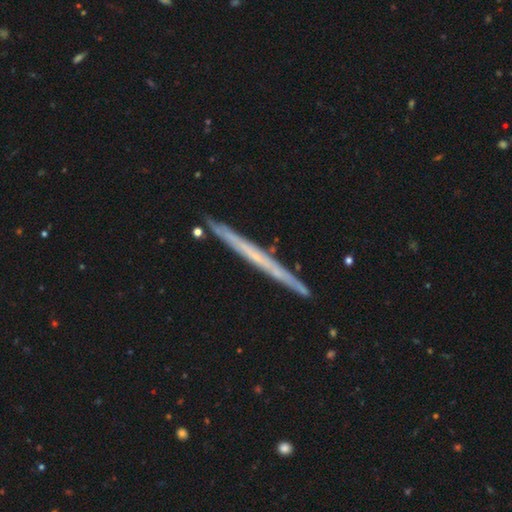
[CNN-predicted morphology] A featured or disk galaxy (62%) viewed edge-on (97%) with no central bulge (89%). Merging: none (90%).